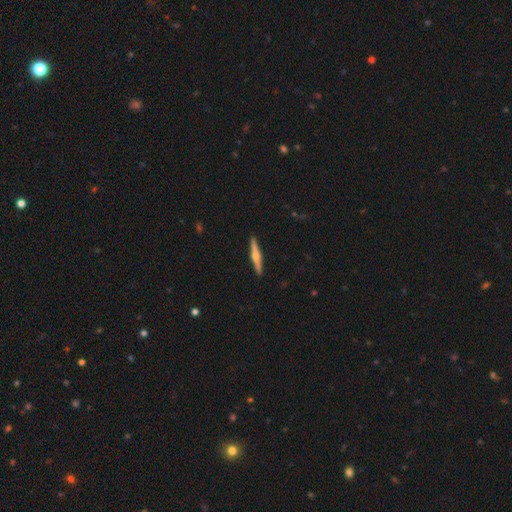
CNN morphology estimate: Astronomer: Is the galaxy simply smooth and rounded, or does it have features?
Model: featured or disk — 65%.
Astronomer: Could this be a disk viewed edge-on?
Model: yes — 98%.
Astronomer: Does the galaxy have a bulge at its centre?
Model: rounded — 90%.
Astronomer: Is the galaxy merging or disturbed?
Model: none — 92%.